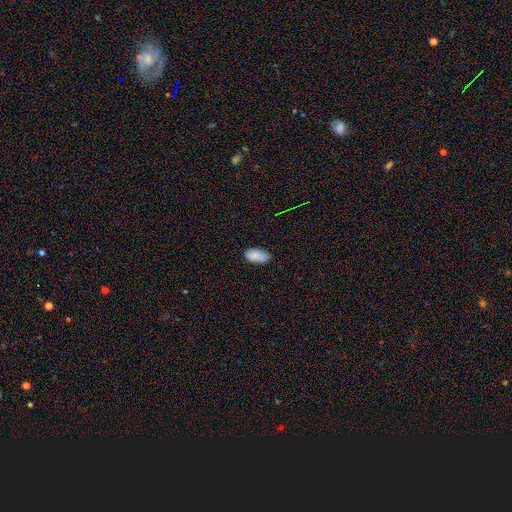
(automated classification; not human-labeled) Smooth or featured? Predicted: smooth (p=0.83). How rounded? Predicted: in between (p=0.94). Merging? Predicted: none (p=0.67).